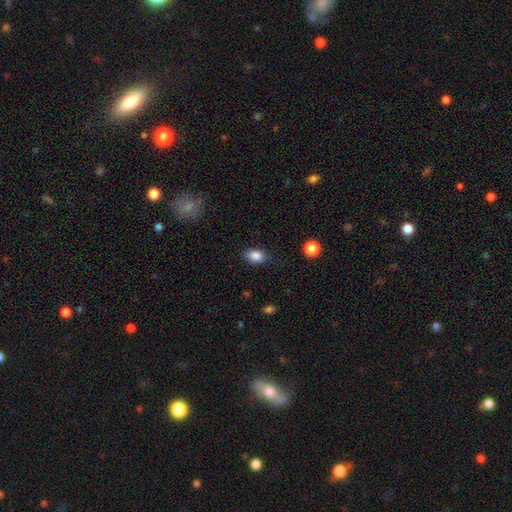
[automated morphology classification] A smooth galaxy with no disk features (86%) that is in between round and cigar-shaped (81%).

Vote fractions:
- Smooth or featured? smooth: 86% / star or artifact: 9% / featured or disk: 5%
- How rounded? in between: 81% / round: 18% / cigar-shaped: 2%
- Merging? none: 80% / minor disturbance: 15% / major disturbance: 4% / merger: 1%